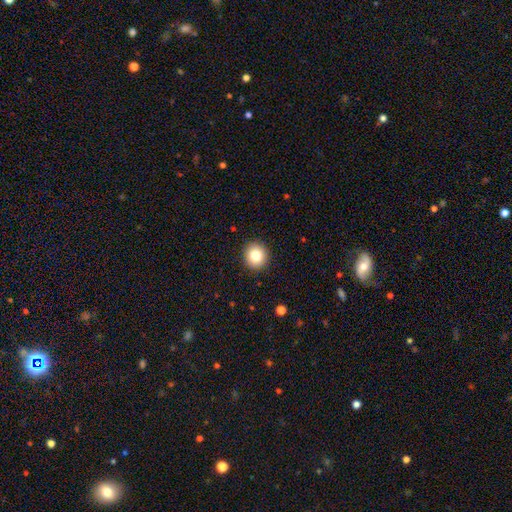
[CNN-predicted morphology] Smooth or featured?
  - smooth: 81% *
  - star or artifact: 10%
  - featured or disk: 8%
How rounded?
  - round: 91% *
  - in between: 8%
  - cigar-shaped: 1%
Merging?
  - none: 92% *
  - minor disturbance: 5%
  - major disturbance: 2%
  - merger: 1%